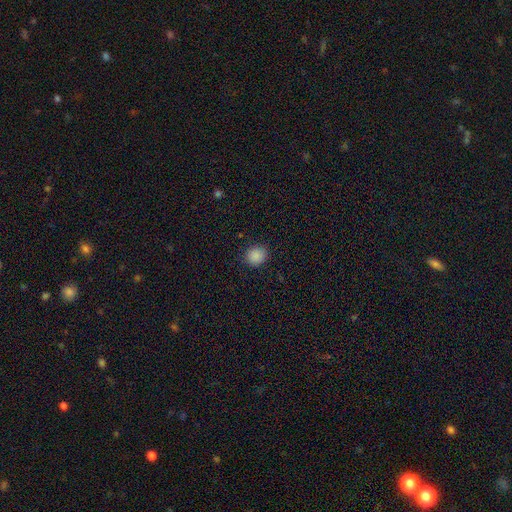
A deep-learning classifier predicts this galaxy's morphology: smooth_or_featured: smooth (p=0.88) [alt: star or artifact p=0.10]
how_rounded: round (p=0.78) [alt: in between p=0.21]
merging: none (p=0.89) [alt: minor disturbance p=0.08]